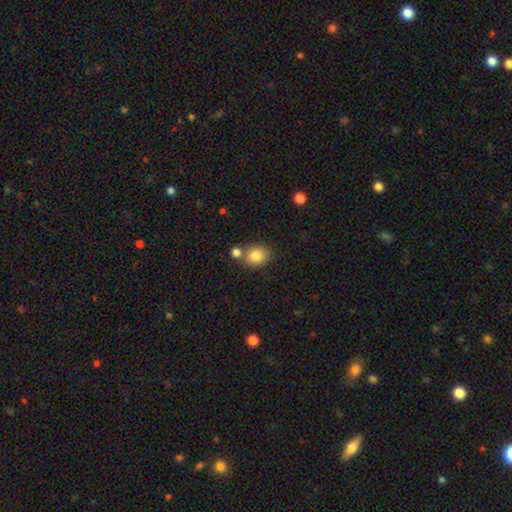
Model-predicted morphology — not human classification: smooth-or-featured: smooth: 83% | star or artifact: 10% | featured or disk: 8%
  how-rounded: round: 67% | in between: 32% | cigar-shaped: 1%
  merging: none: 64% | merger: 22% | minor disturbance: 11% | major disturbance: 3%